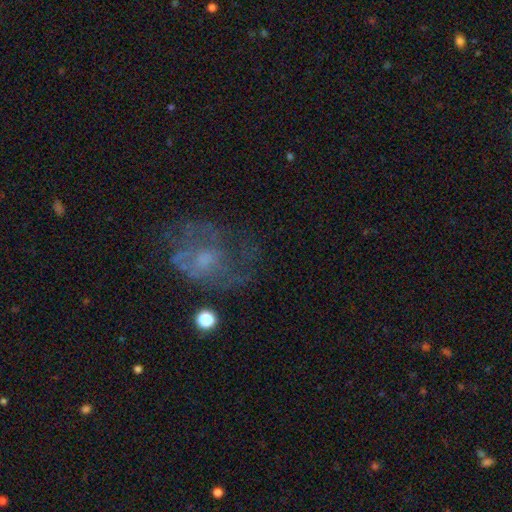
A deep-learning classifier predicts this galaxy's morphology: Smooth or featured? featured or disk (60%)
Edge-on disk? no (97%)
Bar? no (73%)
Spiral arms? yes (55%)
Bulge size? small (47%)
Merging? none (52%)